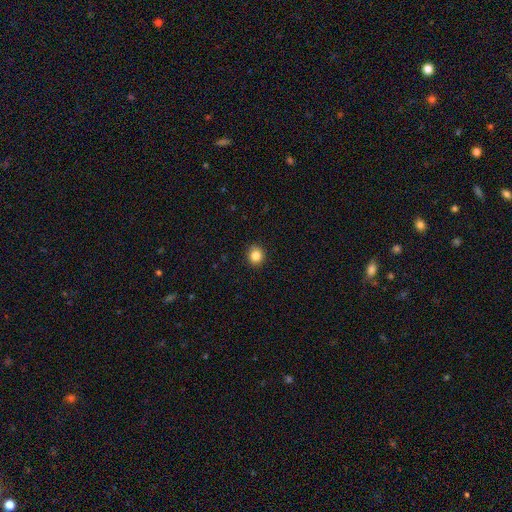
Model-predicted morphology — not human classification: Smooth or featured? smooth (84%)
How rounded? round (84%)
Merging? none (91%)